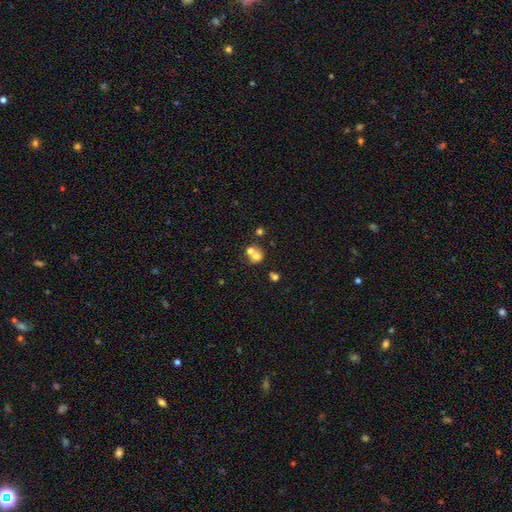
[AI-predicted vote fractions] Overall: smooth (67%). How rounded: round (75%). Merging: merger (55%; none 34%).